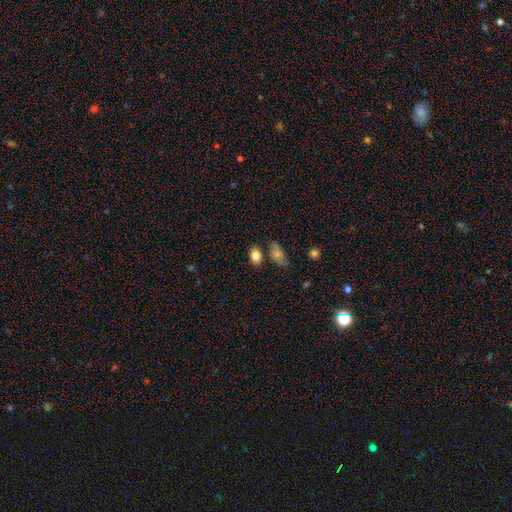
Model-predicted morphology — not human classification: smooth-or-featured: smooth: 83% | featured or disk: 9% | star or artifact: 8%
  how-rounded: in between: 84% | round: 14% | cigar-shaped: 2%
  merging: none: 72% | minor disturbance: 14% | merger: 11% | major disturbance: 4%